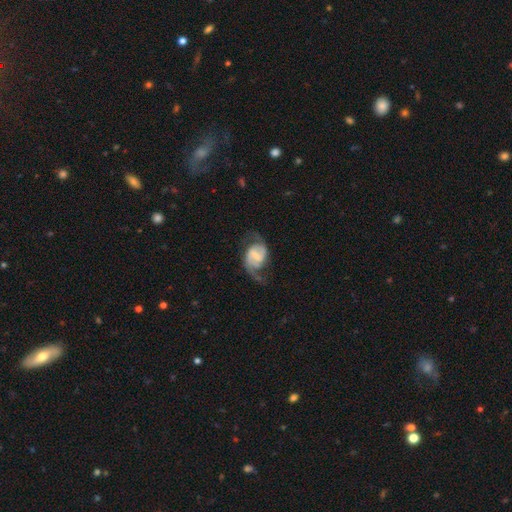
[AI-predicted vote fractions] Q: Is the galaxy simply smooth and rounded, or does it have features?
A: featured or disk — 84%.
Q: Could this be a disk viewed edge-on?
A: no — 98%.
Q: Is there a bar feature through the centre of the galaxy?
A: weak — 52%.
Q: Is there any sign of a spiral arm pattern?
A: yes — 95%.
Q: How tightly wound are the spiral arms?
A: medium — 47%.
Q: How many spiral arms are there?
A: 2 — 90%.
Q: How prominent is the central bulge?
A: small — 47%.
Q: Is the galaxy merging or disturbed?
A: none — 66%.